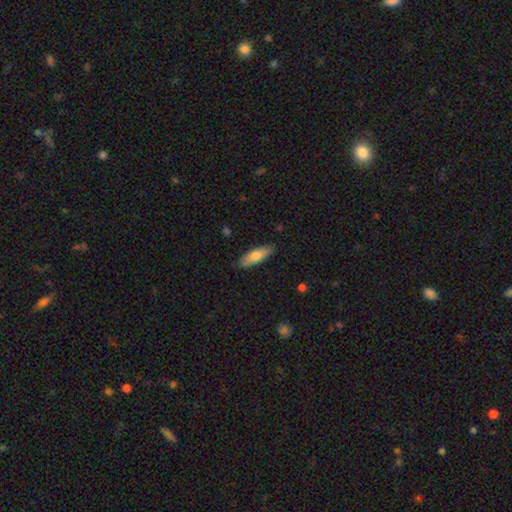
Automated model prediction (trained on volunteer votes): This is likely a smooth galaxy (75%). How rounded: possibly in between (54%). Merging: clearly none (87%).